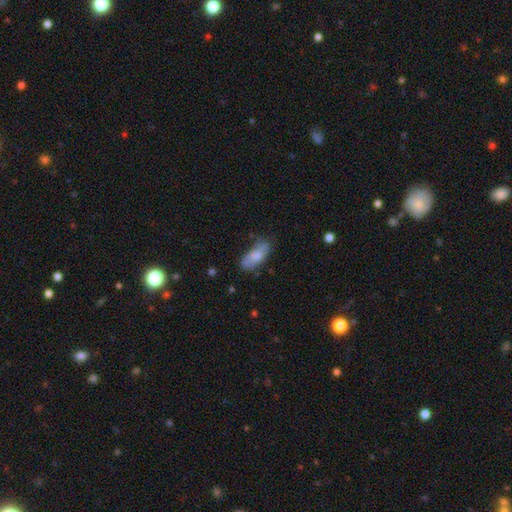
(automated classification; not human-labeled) Morphology: type=smooth (70%); roundness=in between (78%); merging=none (53%).